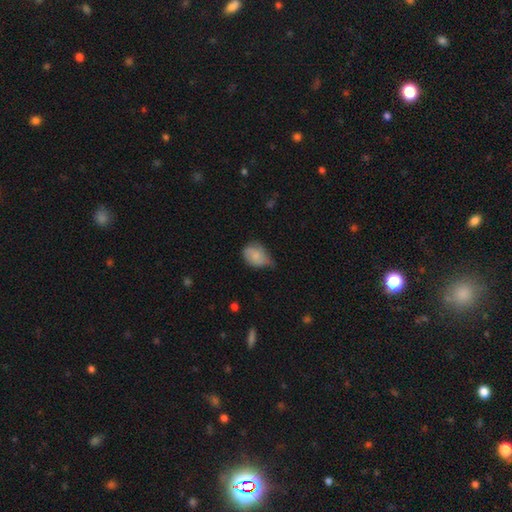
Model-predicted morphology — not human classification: A smooth galaxy with no disk features (75%) that is in between round and cigar-shaped (67%).

Vote fractions:
- Smooth or featured? smooth: 75% / featured or disk: 17% / star or artifact: 8%
- How rounded? in between: 67% / round: 32% / cigar-shaped: 1%
- Merging? minor disturbance: 50% / none: 34% / major disturbance: 14% / merger: 2%